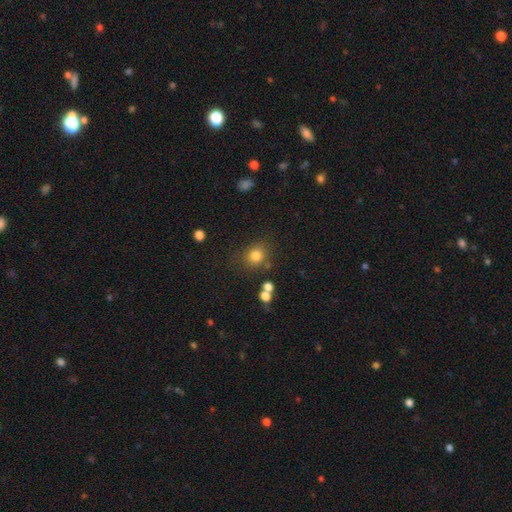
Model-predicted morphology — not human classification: A smooth galaxy with no disk features (80%) that is round (76%).

Vote fractions:
- Smooth or featured? smooth: 80% / star or artifact: 13% / featured or disk: 7%
- How rounded? round: 76% / in between: 23% / cigar-shaped: 1%
- Merging? none: 75% / minor disturbance: 12% / merger: 7% / major disturbance: 5%